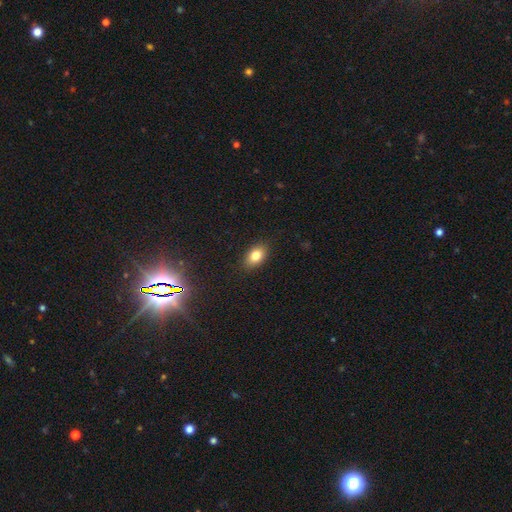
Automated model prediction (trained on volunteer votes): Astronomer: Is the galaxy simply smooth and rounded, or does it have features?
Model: smooth — 80%.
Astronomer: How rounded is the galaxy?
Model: in between — 86%.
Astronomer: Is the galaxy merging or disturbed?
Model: none — 87%.